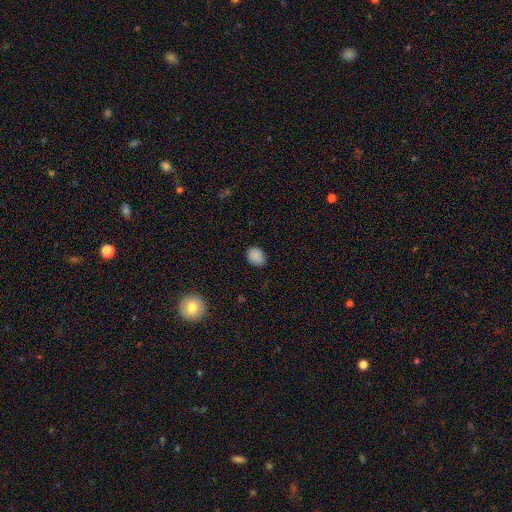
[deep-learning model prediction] This appears to be a smooth galaxy with no disk features (87%) that is round (51%). Merging: none (81%).